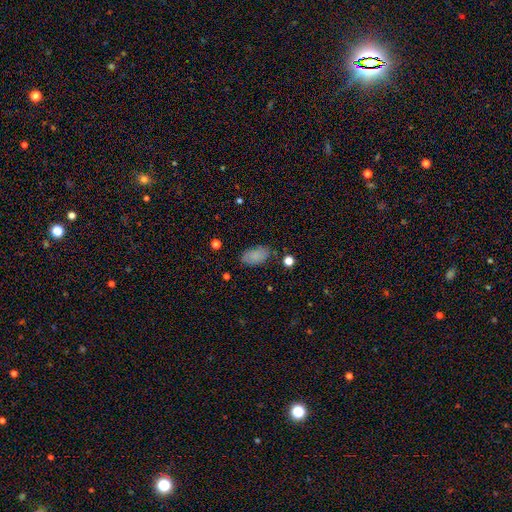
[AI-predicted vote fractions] Smooth or featured?
  - smooth: 81% *
  - featured or disk: 10%
  - star or artifact: 9%
How rounded?
  - in between: 93% *
  - round: 5%
  - cigar-shaped: 2%
Merging?
  - none: 77% *
  - minor disturbance: 16%
  - major disturbance: 4%
  - merger: 2%